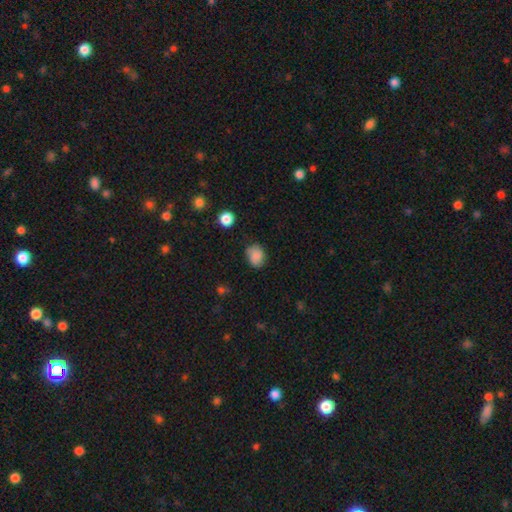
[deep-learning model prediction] Smooth or featured? Predicted: smooth (p=0.82). How rounded? Predicted: round (p=0.53). Merging? Predicted: none (p=0.68).